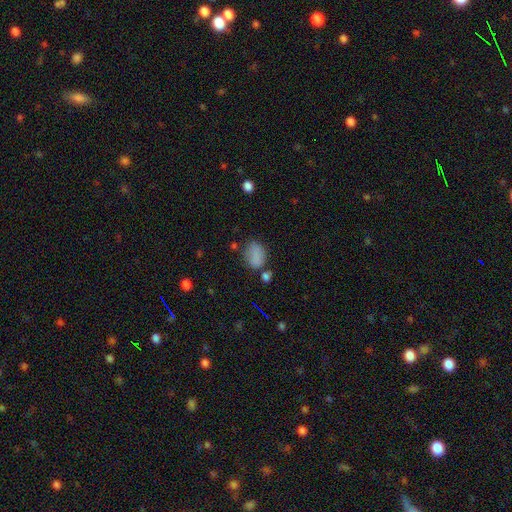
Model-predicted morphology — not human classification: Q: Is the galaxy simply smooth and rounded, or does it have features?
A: smooth — 80%.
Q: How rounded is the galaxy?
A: in between — 73%.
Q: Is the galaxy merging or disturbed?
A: none — 61%.